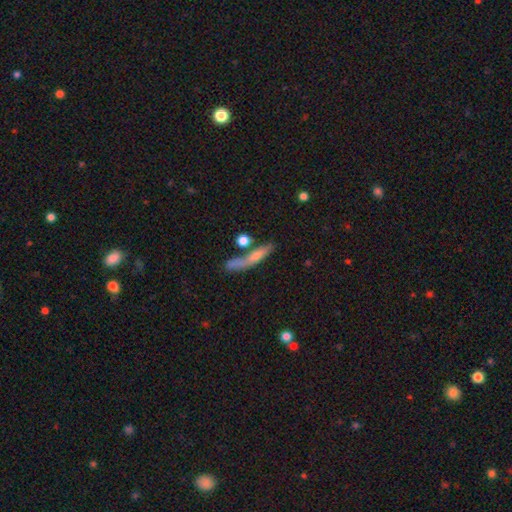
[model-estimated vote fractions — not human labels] A smooth galaxy with no disk features (56%) that is cigar-shaped (80%). Merging: none (55%).